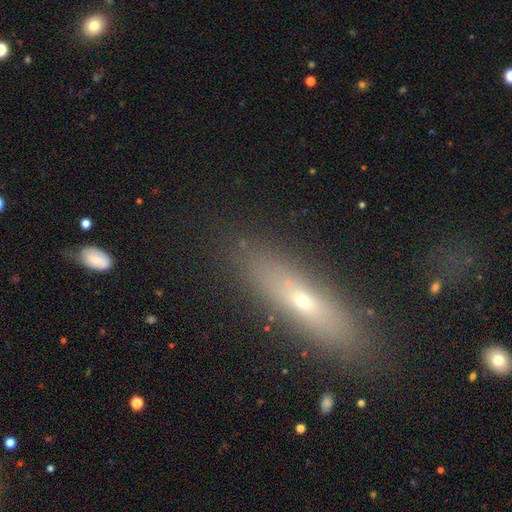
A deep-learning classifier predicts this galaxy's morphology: Smooth or featured: smooth — 49% (featured or disk — 37%)
Merging: none — 85% (minor disturbance — 10%)